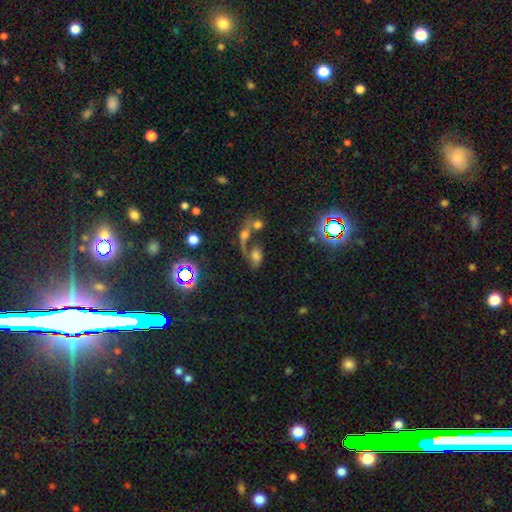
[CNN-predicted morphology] Smooth or featured? Predicted: smooth (p=0.47). Merging? Predicted: merger (p=0.51).